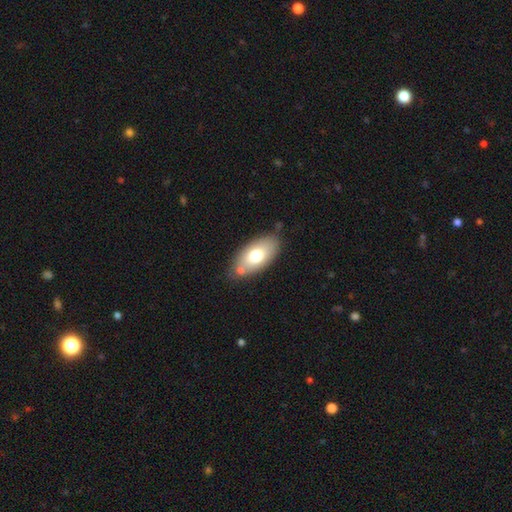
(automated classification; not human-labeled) A smooth galaxy with no disk features (70%) that is in between round and cigar-shaped (92%). Merging: none (72%).